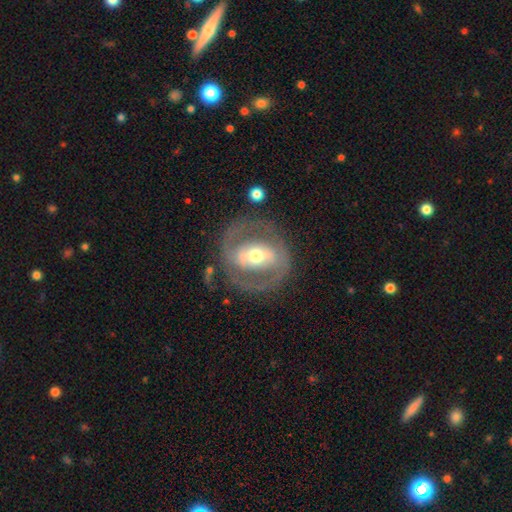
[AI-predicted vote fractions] This is likely a featured or disk galaxy (74%). It is clearly not viewed edge-on (94%). Bar: possibly strong (46%). Spiral arm pattern: possibly no (51%). Central bulge: likely moderate (66%). Merging: likely none (77%).